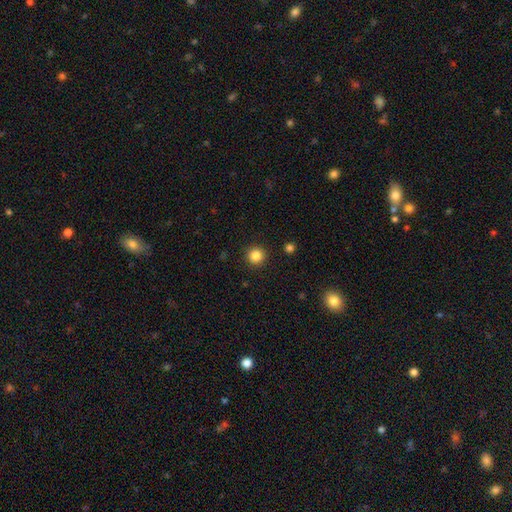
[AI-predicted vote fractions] The model was most divided on "smooth or featured": smooth: 84%, star or artifact: 11%, featured or disk: 4%. More confident: how rounded — round (95%); merging — none (92%).